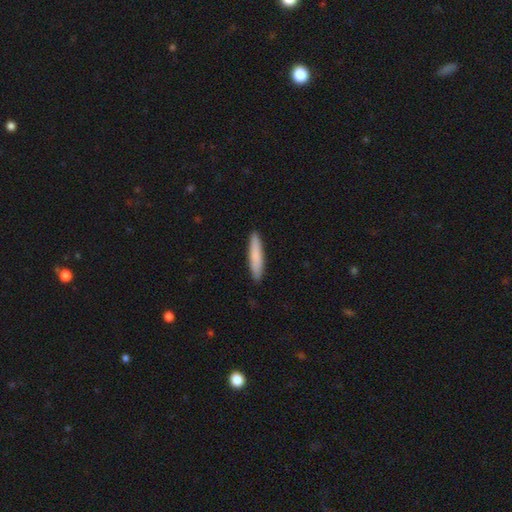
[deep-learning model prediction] Q: Smooth or featured?
A: smooth (83%); runner-up: featured or disk (12%)
Q: How rounded?
A: cigar-shaped (89%); runner-up: in between (10%)
Q: Merging?
A: none (91%); runner-up: minor disturbance (6%)